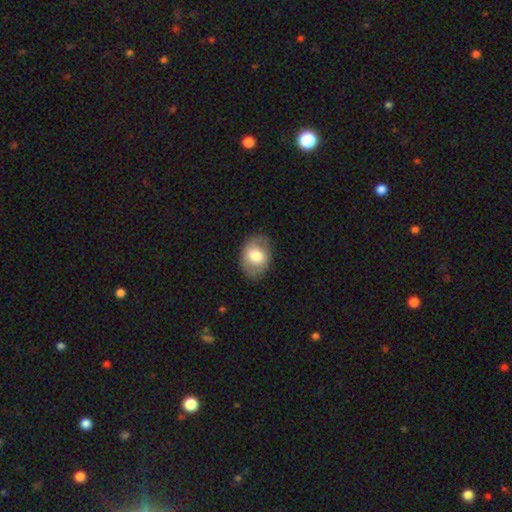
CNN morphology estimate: A smooth galaxy with no disk features (72%) that is in between round and cigar-shaped (76%).

Vote fractions:
- Smooth or featured? smooth: 72% / featured or disk: 21% / star or artifact: 7%
- How rounded? in between: 76% / round: 23% / cigar-shaped: 1%
- Merging? none: 81% / minor disturbance: 14% / major disturbance: 4% / merger: 1%